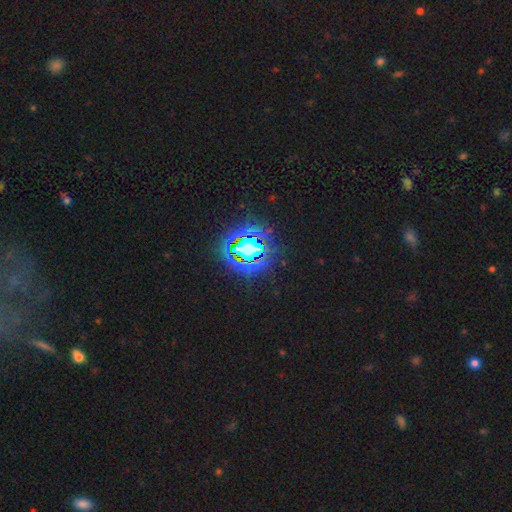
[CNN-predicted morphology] Smooth or featured? Predicted: star or artifact (p=0.82).